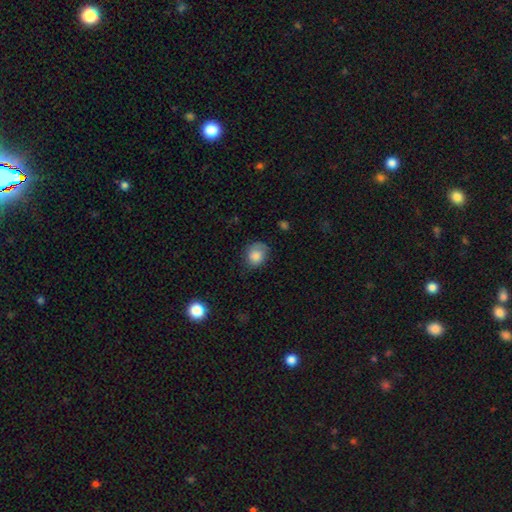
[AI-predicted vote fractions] Q: Smooth or featured?
A: smooth (83%); runner-up: featured or disk (9%)
Q: How rounded?
A: round (70%); runner-up: in between (29%)
Q: Merging?
A: none (64%); runner-up: minor disturbance (27%)